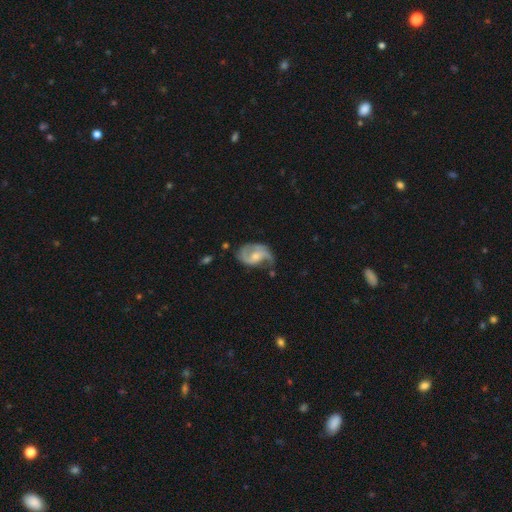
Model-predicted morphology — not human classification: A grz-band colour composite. It shows a featured or disk galaxy (80%) with no bar (46%), 2 (78%) medium (44%) spiral arms (92%) and a moderate central bulge (49%). Merging: none (46%).